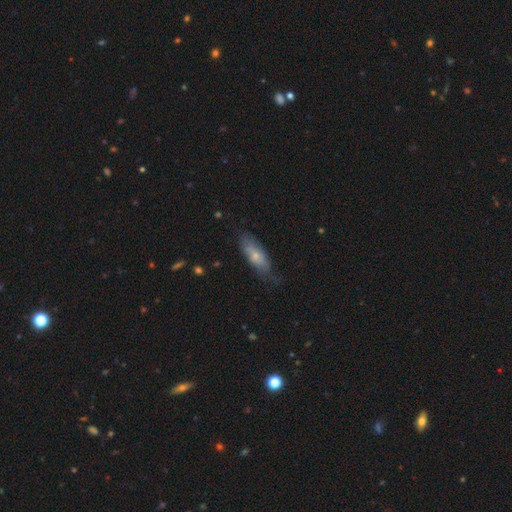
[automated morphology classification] Smooth or featured? smooth (59%)
How rounded? in between (68%)
Merging? none (57%)